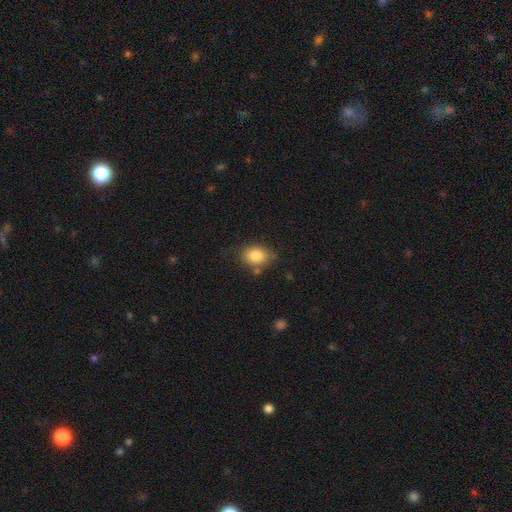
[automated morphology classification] Smooth or featured? smooth (84%)
How rounded? in between (67%)
Merging? none (69%)